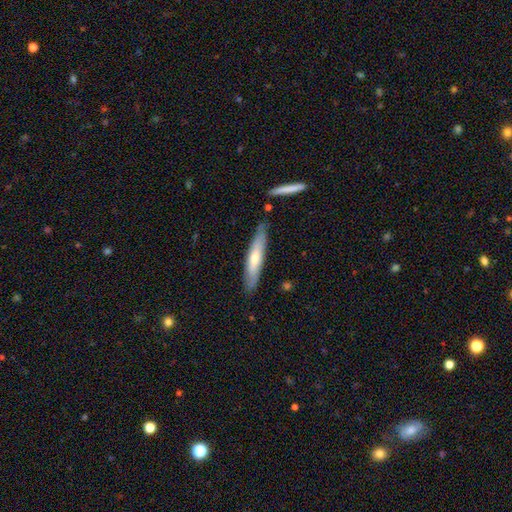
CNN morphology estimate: The model was most divided on "smooth or featured": featured or disk: 47%, smooth: 45%, star or artifact: 8%. More confident: merging — none (83%).